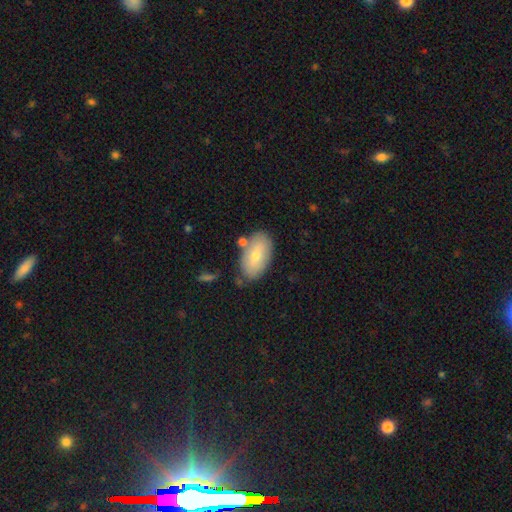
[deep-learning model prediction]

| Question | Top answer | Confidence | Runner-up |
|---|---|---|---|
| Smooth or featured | smooth | 71% | featured or disk (22%) |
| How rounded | in between | 93% | round (5%) |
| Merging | none | 74% | minor disturbance (15%) |